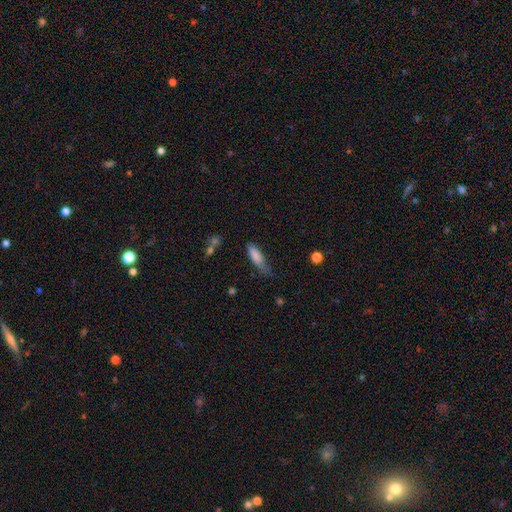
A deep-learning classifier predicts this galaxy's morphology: Smooth or featured?
  - smooth: 82% *
  - featured or disk: 11%
  - star or artifact: 7%
How rounded?
  - in between: 50% *
  - cigar-shaped: 48%
  - round: 2%
Merging?
  - minor disturbance: 42% *
  - none: 41%
  - major disturbance: 14%
  - merger: 3%